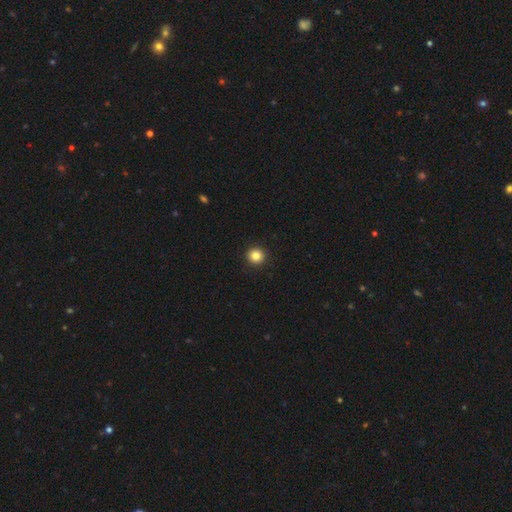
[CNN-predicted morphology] This appears to be a smooth galaxy with no disk features (85%) that is round (95%). Merging: none (94%).